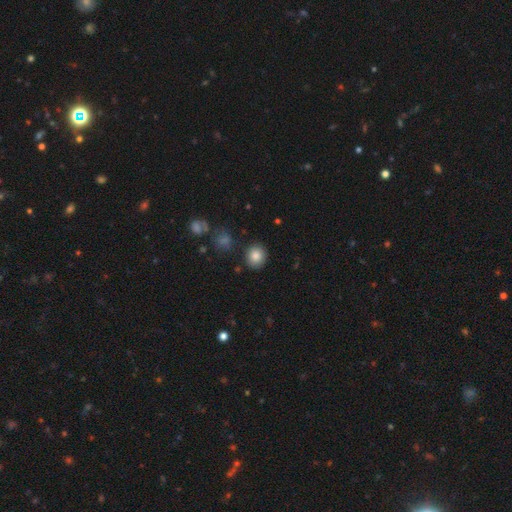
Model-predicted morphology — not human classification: smooth 85%, star or artifact 9%, featured or disk 6%. Down the decision tree: how rounded — round (83%); merging — none (86%).